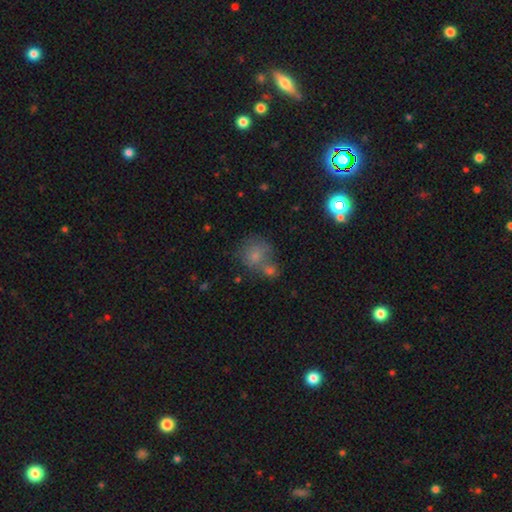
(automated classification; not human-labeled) A smooth galaxy with no disk features (73%) that is round (78%).

Vote fractions:
- Smooth or featured? smooth: 73% / featured or disk: 14% / star or artifact: 13%
- How rounded? round: 78% / in between: 21% / cigar-shaped: 1%
- Merging? merger: 40% / none: 39% / minor disturbance: 14% / major disturbance: 8%